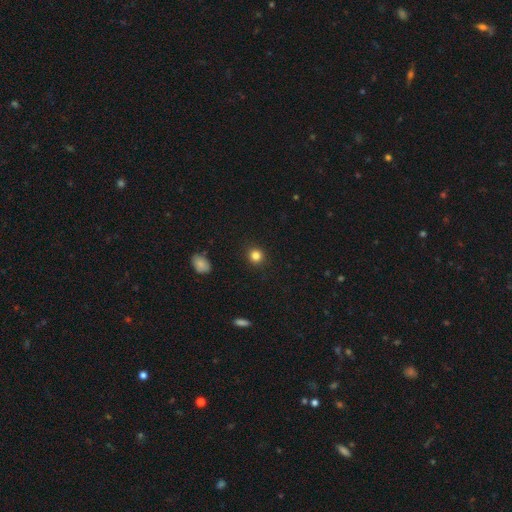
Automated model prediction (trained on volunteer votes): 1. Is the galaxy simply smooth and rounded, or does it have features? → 83% smooth, 12% star or artifact, 5% featured or disk.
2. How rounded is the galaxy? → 90% round, 9% in between, 1% cigar-shaped.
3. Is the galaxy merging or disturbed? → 91% none, 6% minor disturbance, 2% major disturbance, 1% merger.